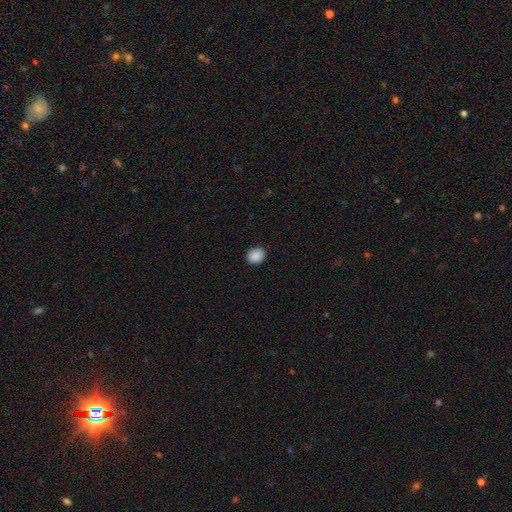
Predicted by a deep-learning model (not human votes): A smooth galaxy with no disk features (89%) that is round (55%).

Vote fractions:
- Smooth or featured? smooth: 89% / star or artifact: 8% / featured or disk: 3%
- How rounded? round: 55% / in between: 44% / cigar-shaped: 1%
- Merging? none: 90% / minor disturbance: 7% / major disturbance: 2% / merger: 1%